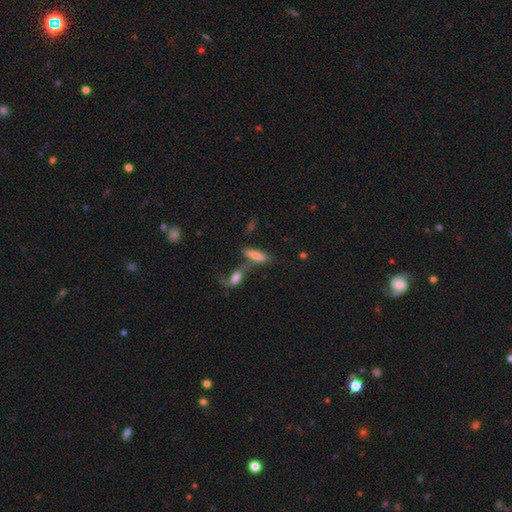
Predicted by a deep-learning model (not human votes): This appears to be a smooth galaxy with no disk features (64%) that is in between round and cigar-shaped (51%). Merging: merger (54%).